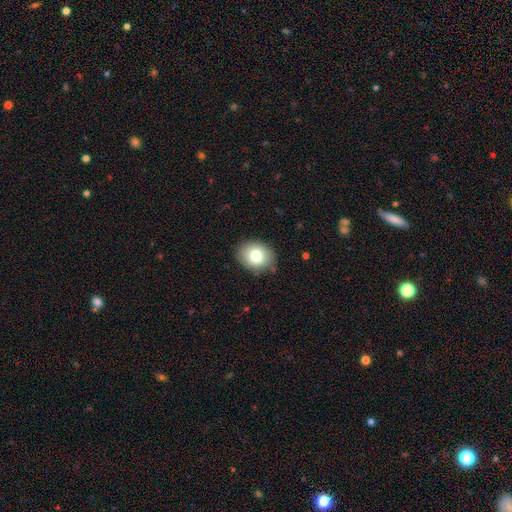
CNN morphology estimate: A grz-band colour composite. It shows a smooth galaxy with no disk features (78%) that is round (51%). Merging: none (86%).